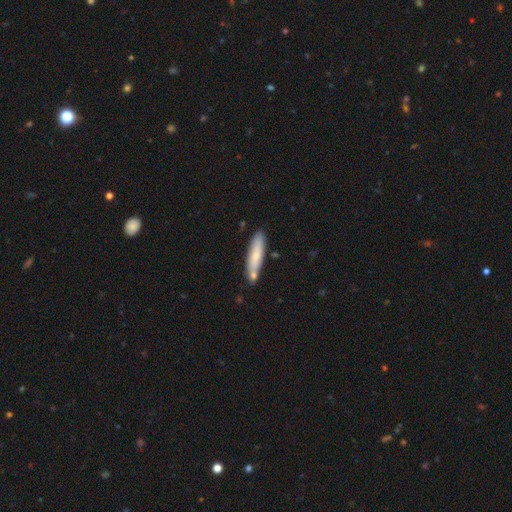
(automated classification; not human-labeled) smooth-or-featured: smooth: 68% | featured or disk: 27% | star or artifact: 5%
  how-rounded: cigar-shaped: 79% | in between: 19% | round: 1%
  merging: none: 71% | minor disturbance: 15% | merger: 11% | major disturbance: 3%